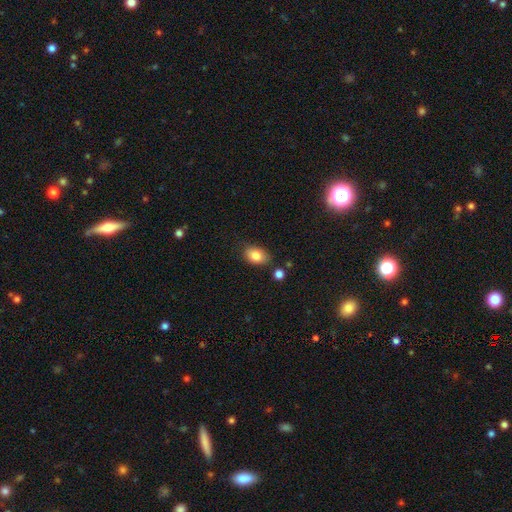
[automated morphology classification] A smooth galaxy with no disk features (83%) that is in between round and cigar-shaped (83%).

Vote fractions:
- Smooth or featured? smooth: 83% / featured or disk: 9% / star or artifact: 8%
- How rounded? in between: 83% / round: 16% / cigar-shaped: 1%
- Merging? none: 80% / minor disturbance: 14% / merger: 4% / major disturbance: 3%